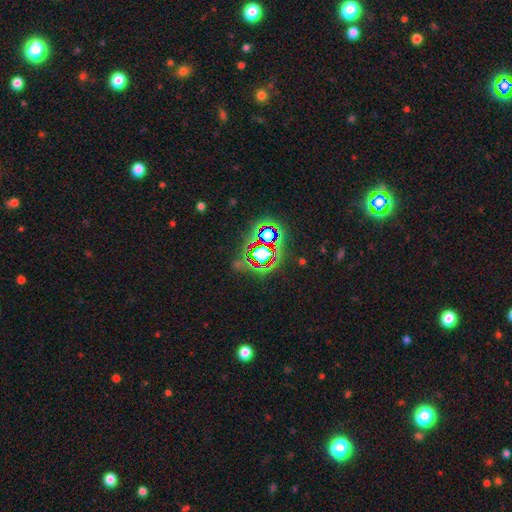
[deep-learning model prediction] A star or artifact, not a galaxy (80%).